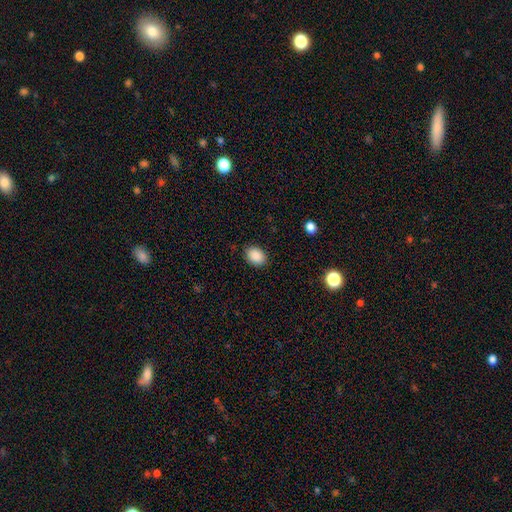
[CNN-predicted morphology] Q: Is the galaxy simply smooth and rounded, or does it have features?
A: smooth — 89%.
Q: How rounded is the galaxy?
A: in between — 74%.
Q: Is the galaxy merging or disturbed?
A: none — 87%.